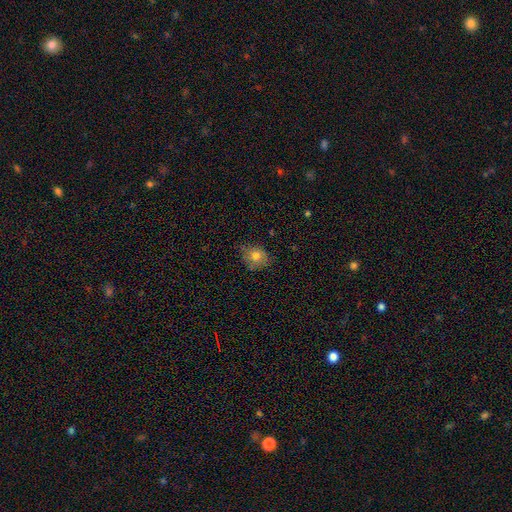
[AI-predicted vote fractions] A smooth galaxy with no disk features (76%) that is round (60%).

Vote fractions:
- Smooth or featured? smooth: 76% / featured or disk: 13% / star or artifact: 11%
- How rounded? round: 60% / in between: 39% / cigar-shaped: 1%
- Merging? none: 71% / minor disturbance: 23% / major disturbance: 5% / merger: 1%